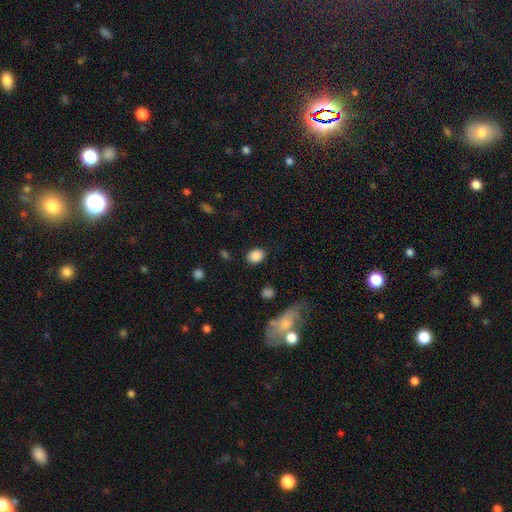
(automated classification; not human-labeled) Smooth or featured?
  - smooth: 87% *
  - star or artifact: 8%
  - featured or disk: 5%
How rounded?
  - in between: 72% *
  - round: 27%
  - cigar-shaped: 1%
Merging?
  - none: 84% *
  - minor disturbance: 11%
  - major disturbance: 3%
  - merger: 2%